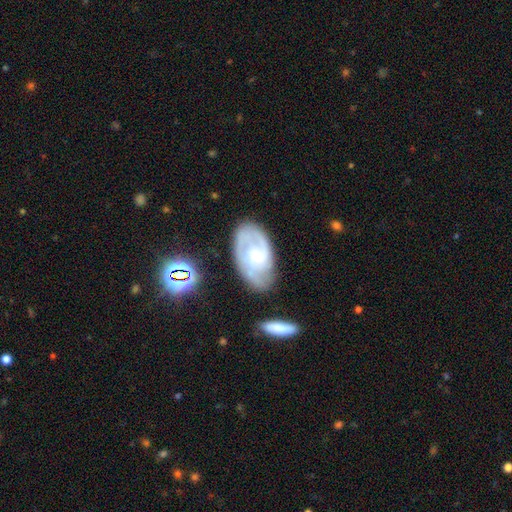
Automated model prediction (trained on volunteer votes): Morphology: type=featured or disk (77%); edge-on=no (96%); bar=no (58%); spiral arms=yes (94%); winding=tight (48%); arm count=2 (53%); bulge=small (71%); merging=none (68%).